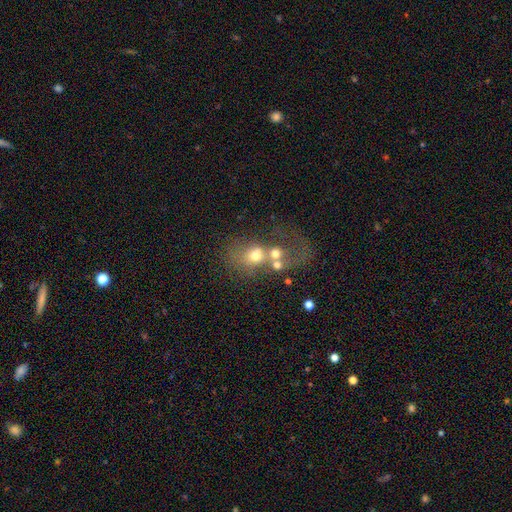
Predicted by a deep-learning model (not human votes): A smooth galaxy with no disk features (52%) that is round (59%). Merging: merger (59%).